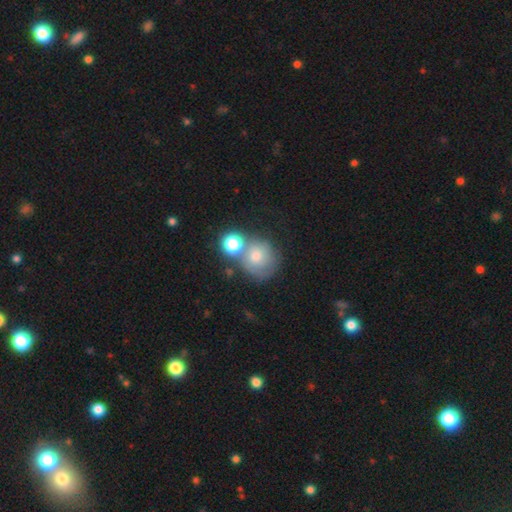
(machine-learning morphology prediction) type=smooth (54%); roundness=round (81%); merging=none (43%).